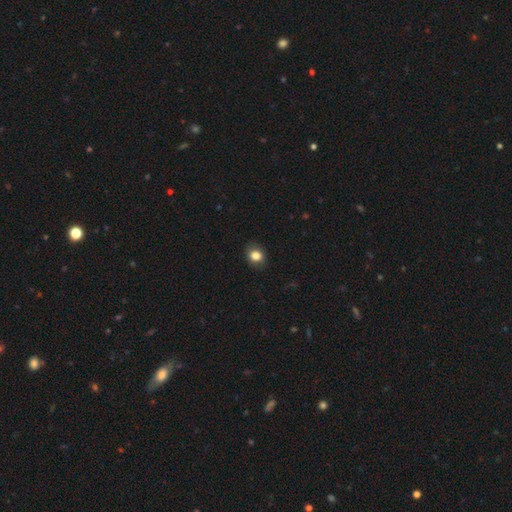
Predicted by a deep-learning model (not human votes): smooth_or_featured: smooth (p=0.83) [alt: star or artifact p=0.09]
how_rounded: round (p=0.56) [alt: in between p=0.43]
merging: none (p=0.83) [alt: minor disturbance p=0.13]